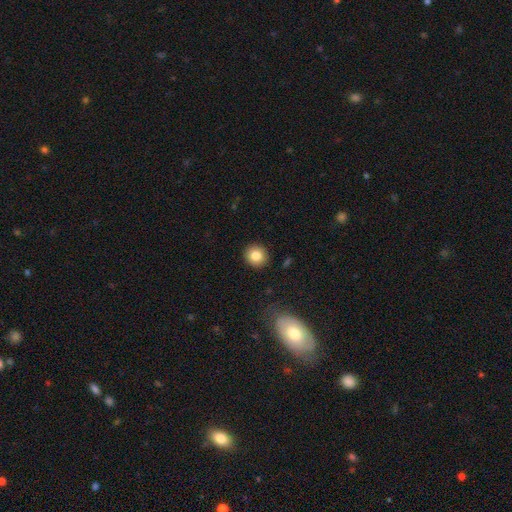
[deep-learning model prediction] Q: Smooth or featured?
A: smooth (82%); runner-up: star or artifact (10%)
Q: How rounded?
A: round (91%); runner-up: in between (8%)
Q: Merging?
A: none (91%); runner-up: minor disturbance (6%)